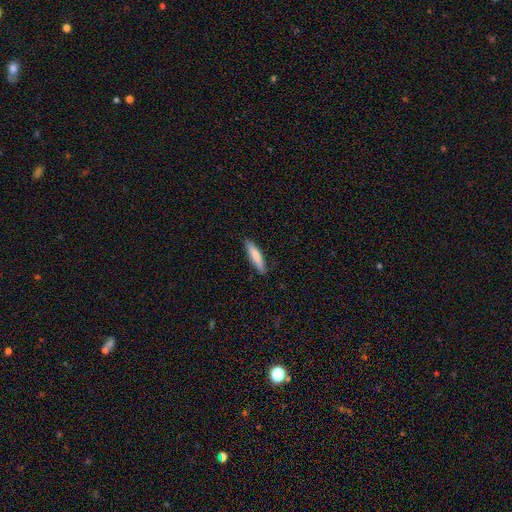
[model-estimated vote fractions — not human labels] Smooth or featured? Predicted: smooth (p=0.78). How rounded? Predicted: cigar-shaped (p=0.82). Merging? Predicted: none (p=0.88).